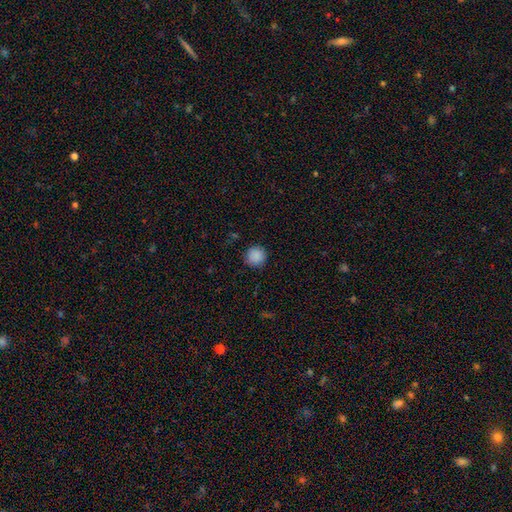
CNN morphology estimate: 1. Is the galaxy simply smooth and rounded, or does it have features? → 88% smooth, 9% star or artifact, 3% featured or disk.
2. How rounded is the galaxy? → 94% round, 5% in between, 1% cigar-shaped.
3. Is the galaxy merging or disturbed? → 88% none, 9% minor disturbance, 2% major disturbance, 1% merger.